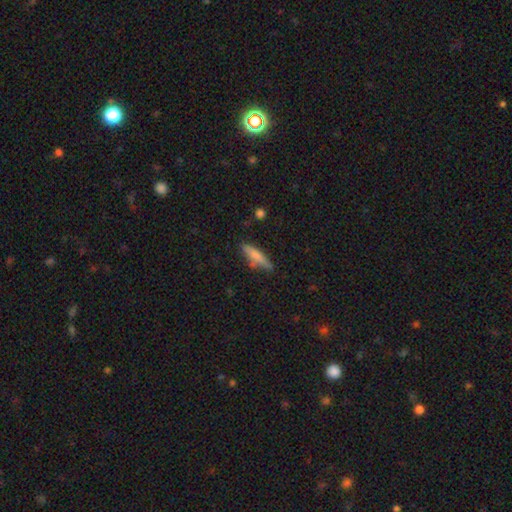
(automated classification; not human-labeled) Smooth or featured? Predicted: smooth (p=0.72). How rounded? Predicted: cigar-shaped (p=0.78). Merging? Predicted: none (p=0.73).